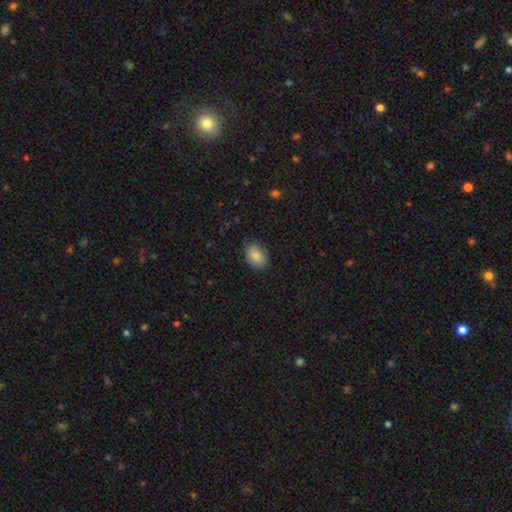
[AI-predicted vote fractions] A smooth galaxy with no disk features (88%) that is in between round and cigar-shaped (86%). Merging: none (82%).